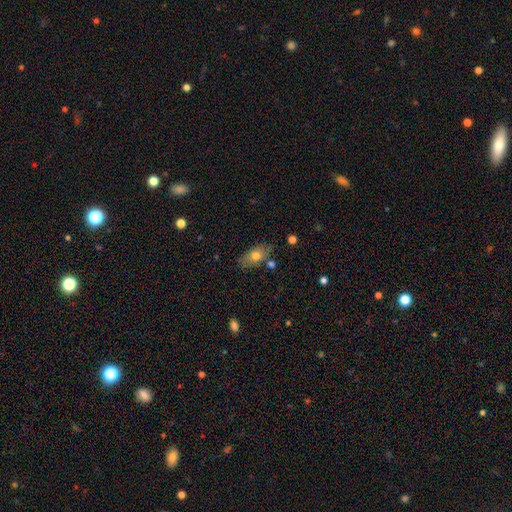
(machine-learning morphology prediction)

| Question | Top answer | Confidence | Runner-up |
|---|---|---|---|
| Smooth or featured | smooth | 70% | featured or disk (22%) |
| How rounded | in between | 85% | round (8%) |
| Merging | none | 72% | minor disturbance (17%) |